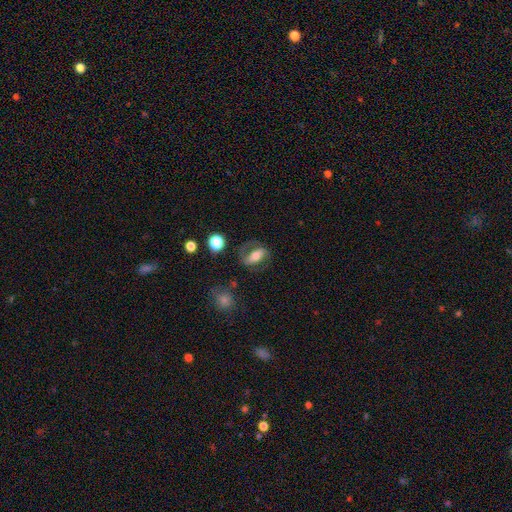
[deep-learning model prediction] Smooth or featured?
  - featured or disk: 52% *
  - smooth: 39%
  - star or artifact: 8%
Edge-on disk?
  - no: 91% *
  - yes: 9%
Merging?
  - none: 64% *
  - minor disturbance: 18%
  - major disturbance: 16%
  - merger: 3%